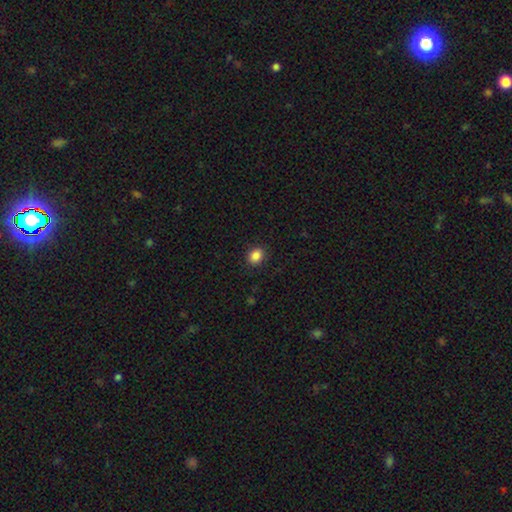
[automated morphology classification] This appears to be a smooth galaxy with no disk features (87%) that is in between round and cigar-shaped (53%). Merging: none (87%).